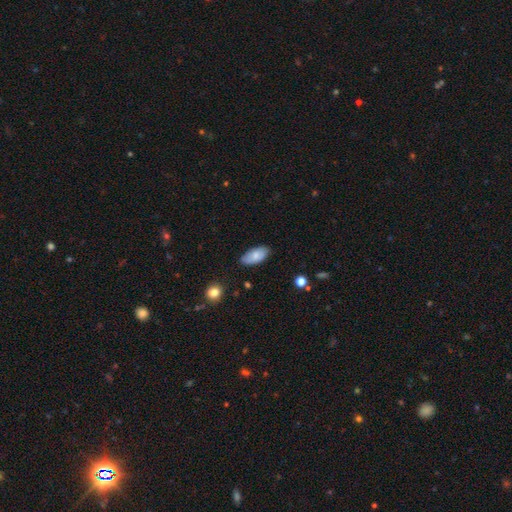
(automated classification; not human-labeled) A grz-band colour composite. It shows a smooth galaxy with no disk features (77%) that is in between round and cigar-shaped (93%). Merging: none (80%).